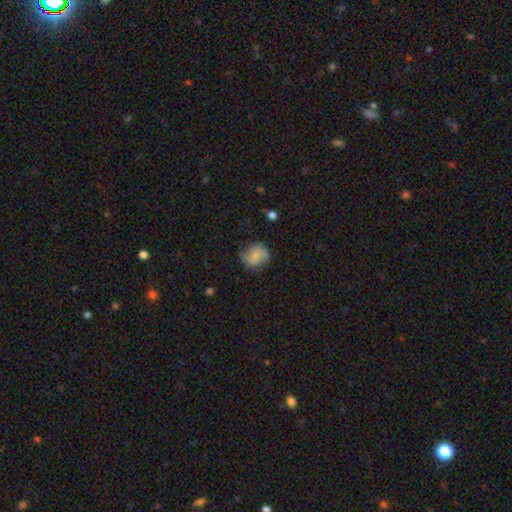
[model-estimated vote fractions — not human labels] This is possibly a smooth galaxy (51%). How rounded: likely round (66%). Merging: likely none (67%).